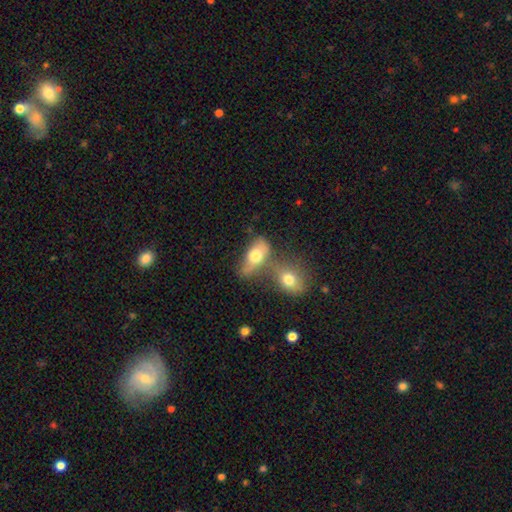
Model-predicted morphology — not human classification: Smooth or featured? Predicted: smooth (p=0.70). How rounded? Predicted: in between (p=0.83). Merging? Predicted: merger (p=0.54).